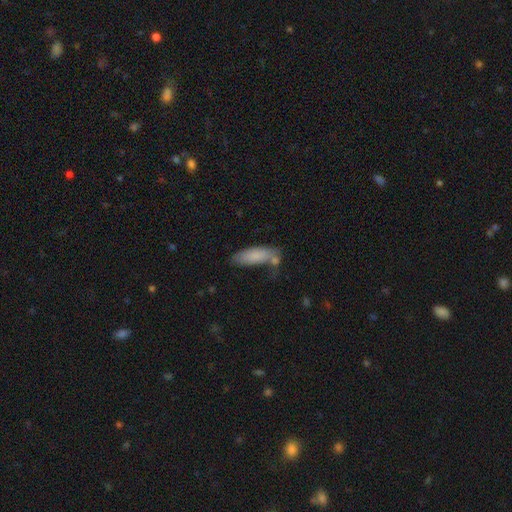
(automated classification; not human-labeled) This is clearly a smooth galaxy (82%). How rounded: possibly in between (55%). Merging: possibly none (55%).